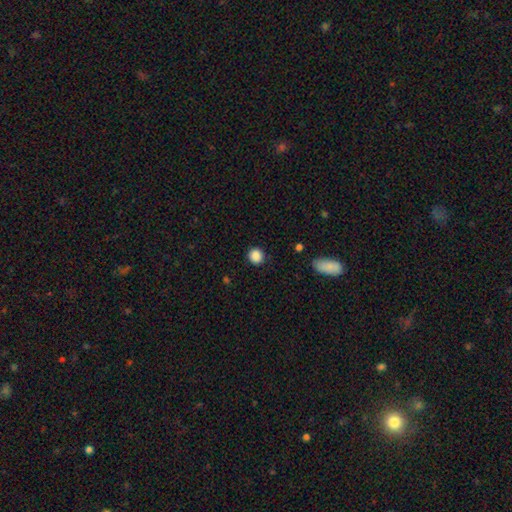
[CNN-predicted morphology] type=smooth (87%); roundness=round (89%); merging=none (89%).